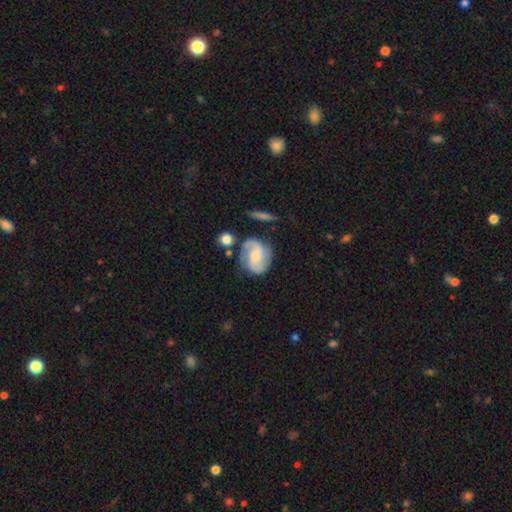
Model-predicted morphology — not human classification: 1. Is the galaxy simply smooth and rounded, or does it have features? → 77% featured or disk, 17% smooth, 6% star or artifact.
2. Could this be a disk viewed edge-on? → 97% no, 3% yes.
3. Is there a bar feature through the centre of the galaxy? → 45% weak, 40% no, 15% strong.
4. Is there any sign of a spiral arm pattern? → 95% yes, 5% no.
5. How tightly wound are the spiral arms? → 48% medium, 30% loose, 22% tight.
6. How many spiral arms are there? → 87% 2, 5% can't tell, 3% 3, 2% 1, 1% 4, 1% more than 4.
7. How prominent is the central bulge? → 44% small, 42% moderate, 8% none, 5% large, 1% dominant.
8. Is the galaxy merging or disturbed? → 70% none, 17% minor disturbance, 7% merger, 6% major disturbance.